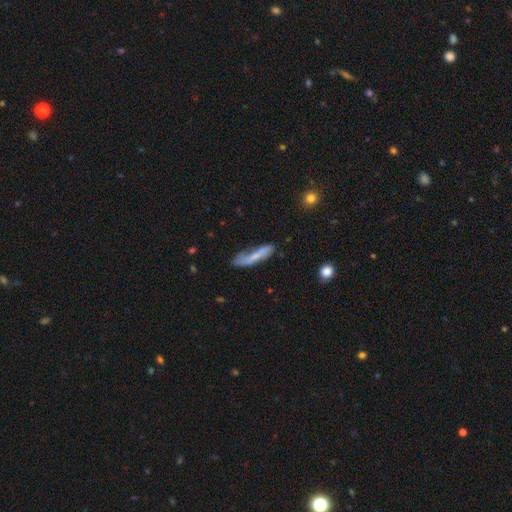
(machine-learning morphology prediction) Smooth or featured?
  - smooth: 59% *
  - featured or disk: 34%
  - star or artifact: 8%
How rounded?
  - cigar-shaped: 74% *
  - in between: 24%
  - round: 2%
Merging?
  - none: 43% *
  - minor disturbance: 27%
  - major disturbance: 17%
  - merger: 13%